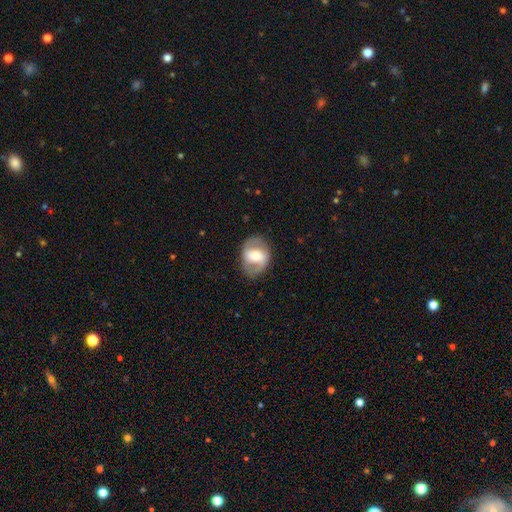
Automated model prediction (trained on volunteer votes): Smooth or featured? featured or disk (61%)
Edge-on disk? no (94%)
Bar? weak (37%)
Spiral arms? yes (61%)
Bulge size? moderate (60%)
Merging? none (80%)